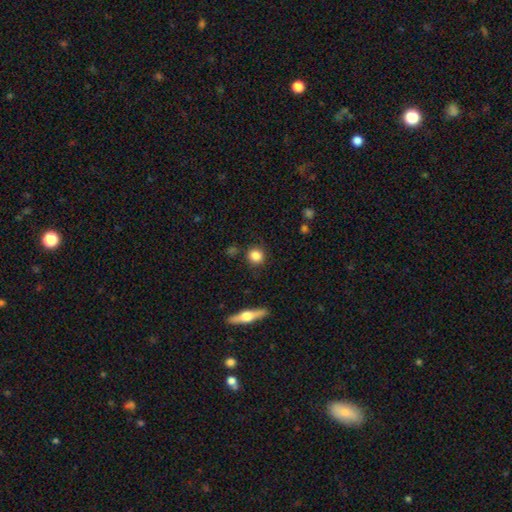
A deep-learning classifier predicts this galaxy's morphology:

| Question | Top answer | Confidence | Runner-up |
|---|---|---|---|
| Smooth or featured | smooth | 84% | star or artifact (8%) |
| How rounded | round | 87% | in between (11%) |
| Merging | none | 86% | minor disturbance (9%) |